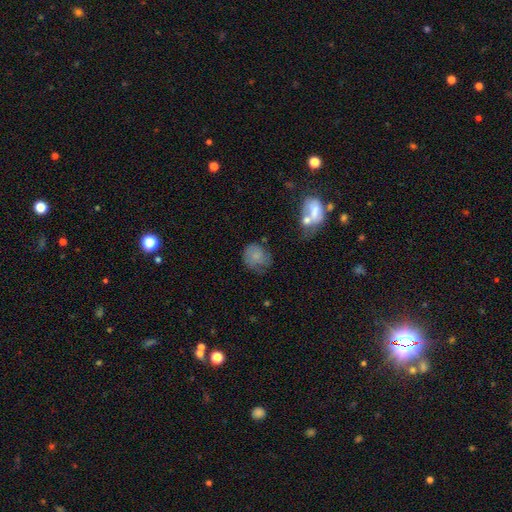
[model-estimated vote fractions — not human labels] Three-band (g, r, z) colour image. It shows a smooth galaxy with no disk features (71%) that is round (73%). Merging: none (51%).